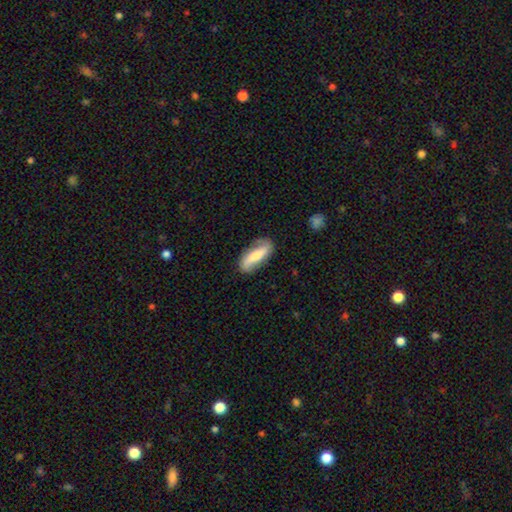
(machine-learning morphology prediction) This is possibly a featured or disk galaxy (56%). It is clearly not viewed edge-on (80%). Merging: clearly none (81%).